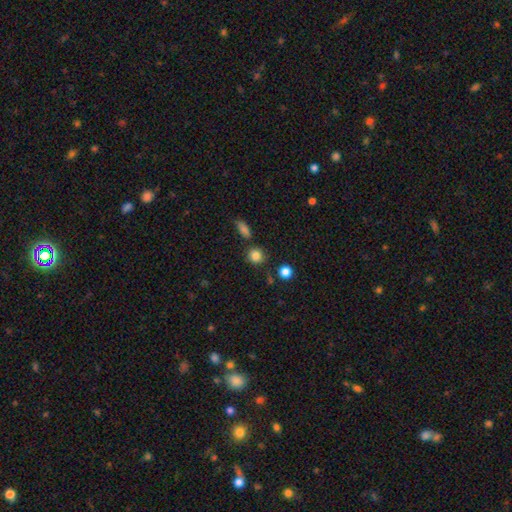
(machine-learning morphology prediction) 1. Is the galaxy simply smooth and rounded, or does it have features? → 84% smooth, 11% star or artifact, 5% featured or disk.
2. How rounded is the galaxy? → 88% round, 11% in between, 1% cigar-shaped.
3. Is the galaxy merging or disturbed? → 79% none, 11% minor disturbance, 6% merger, 3% major disturbance.